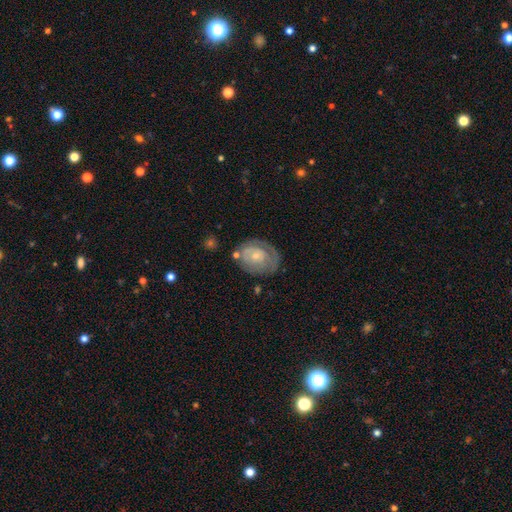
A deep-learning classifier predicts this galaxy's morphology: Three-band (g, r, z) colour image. It shows a featured or disk galaxy (58%) with no bar (83%), spiral arms (58%) and a small central bulge (63%). Merging: none (60%).